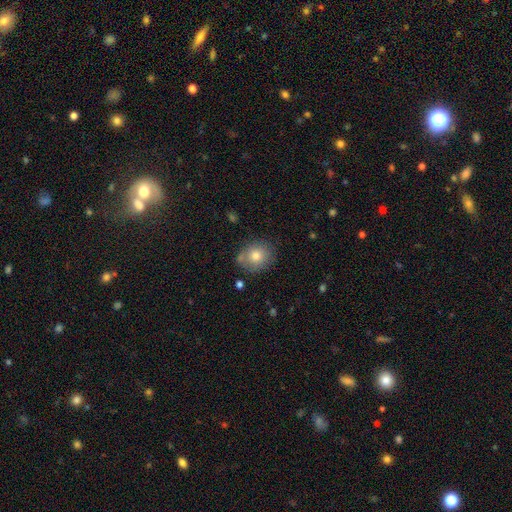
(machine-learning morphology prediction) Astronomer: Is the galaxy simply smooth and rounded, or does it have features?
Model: smooth — 78%.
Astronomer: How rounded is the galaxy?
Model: round — 74%.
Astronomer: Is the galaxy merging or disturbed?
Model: none — 75%.